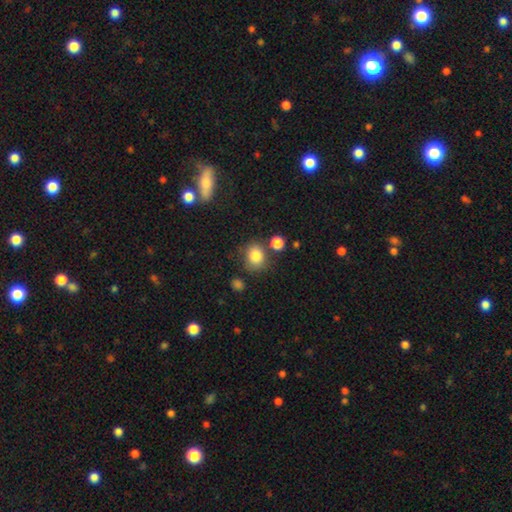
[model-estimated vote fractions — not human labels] Smooth or featured?
  - smooth: 84% *
  - star or artifact: 10%
  - featured or disk: 6%
How rounded?
  - round: 64% *
  - in between: 35%
  - cigar-shaped: 1%
Merging?
  - none: 70% *
  - minor disturbance: 15%
  - merger: 9%
  - major disturbance: 5%